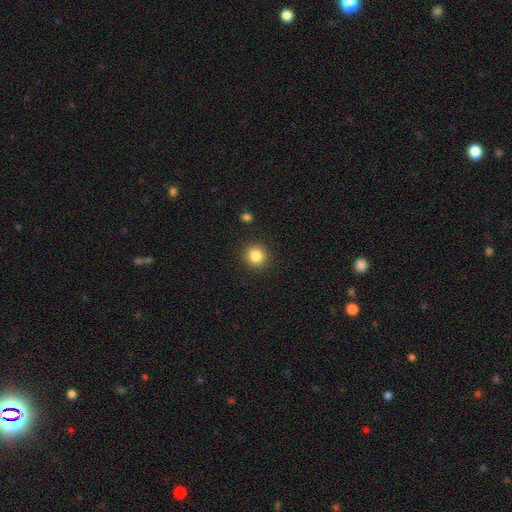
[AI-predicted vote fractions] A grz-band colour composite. It shows a smooth galaxy with no disk features (84%) that is round (92%). Merging: none (91%).